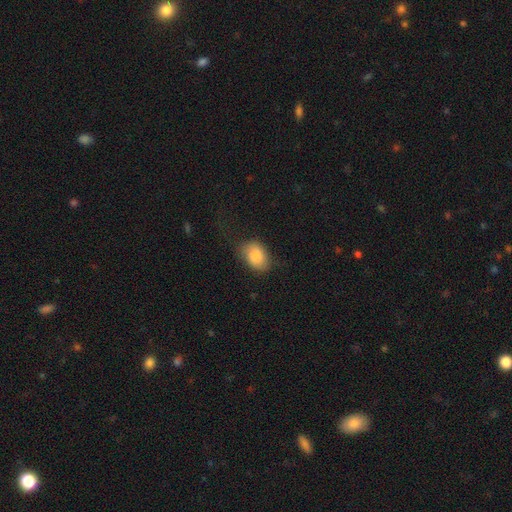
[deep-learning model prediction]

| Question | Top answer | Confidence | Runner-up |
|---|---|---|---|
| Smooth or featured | smooth | 85% | featured or disk (9%) |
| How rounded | in between | 78% | round (20%) |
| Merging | none | 65% | minor disturbance (24%) |